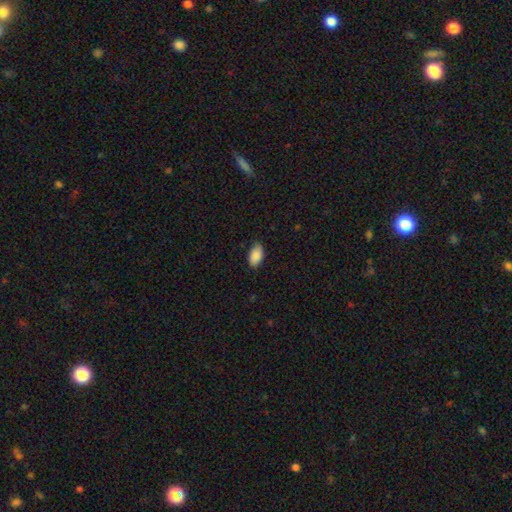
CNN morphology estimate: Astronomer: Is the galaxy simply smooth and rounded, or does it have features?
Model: smooth — 90%.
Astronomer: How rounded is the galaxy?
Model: in between — 94%.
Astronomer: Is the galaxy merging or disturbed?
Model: none — 81%.